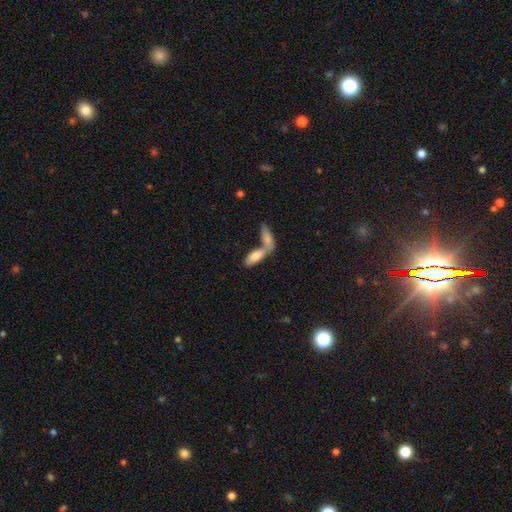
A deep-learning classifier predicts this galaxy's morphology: Smooth or featured?
  - smooth: 76% *
  - featured or disk: 18%
  - star or artifact: 6%
How rounded?
  - in between: 75% *
  - cigar-shaped: 23%
  - round: 2%
Merging?
  - merger: 65% *
  - none: 25%
  - minor disturbance: 7%
  - major disturbance: 3%